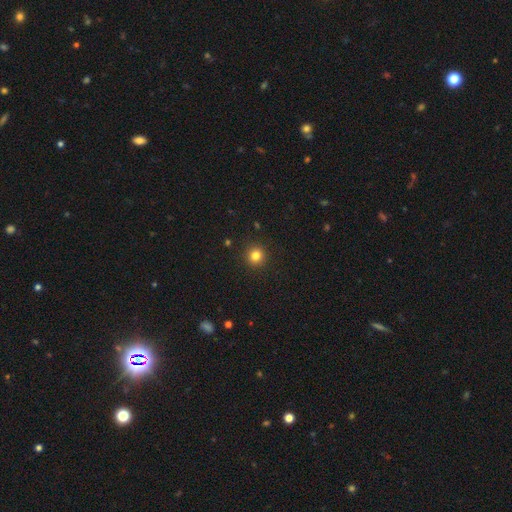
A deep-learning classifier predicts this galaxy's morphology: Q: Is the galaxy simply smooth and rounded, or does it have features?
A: smooth — 82%.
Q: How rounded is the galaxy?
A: round — 94%.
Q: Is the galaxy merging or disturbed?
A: none — 93%.